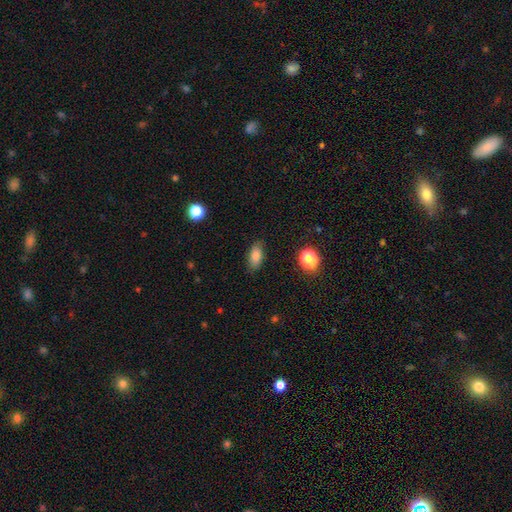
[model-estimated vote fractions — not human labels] A smooth galaxy with no disk features (83%) that is in between round and cigar-shaped (86%). Merging: none (84%).